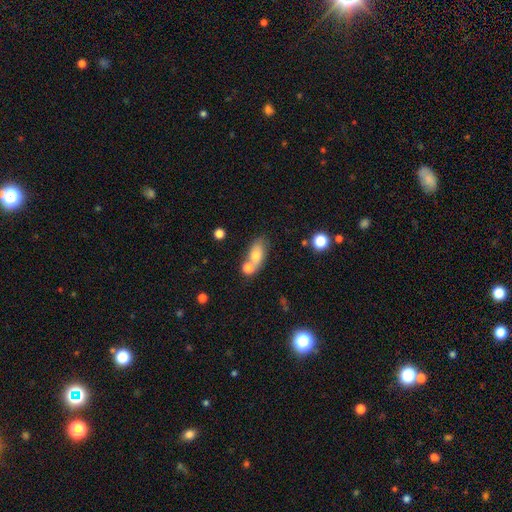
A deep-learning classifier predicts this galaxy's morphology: The model was most divided on "merging": none: 49%, merger: 31%, minor disturbance: 14%, major disturbance: 5%. More confident: how rounded — in between (81%); smooth or featured — smooth (72%).